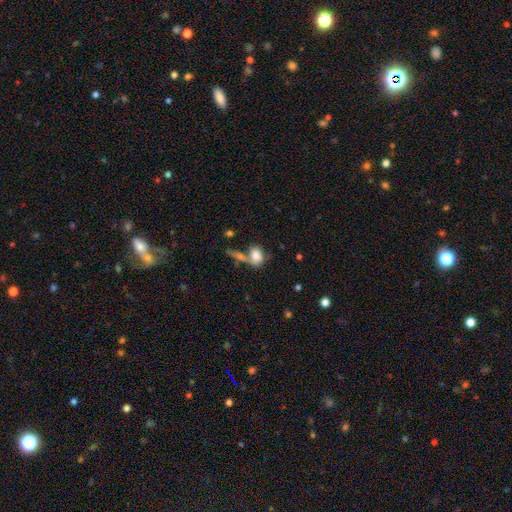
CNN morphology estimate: smooth_or_featured: smooth (p=0.78) [alt: featured or disk p=0.13]
how_rounded: in between (p=0.68) [alt: round p=0.28]
merging: none (p=0.39) [alt: merger p=0.36]